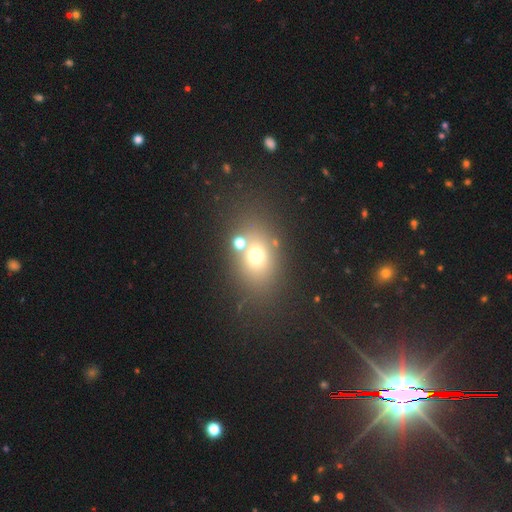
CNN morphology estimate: Smooth or featured: smooth — 63% (star or artifact — 21%)
How rounded: in between — 55% (round — 43%)
Merging: none — 63% (merger — 19%)